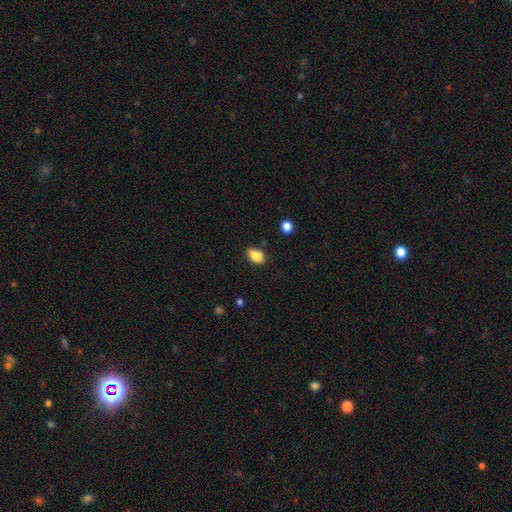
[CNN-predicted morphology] type=smooth (86%); roundness=in between (90%); merging=none (77%).